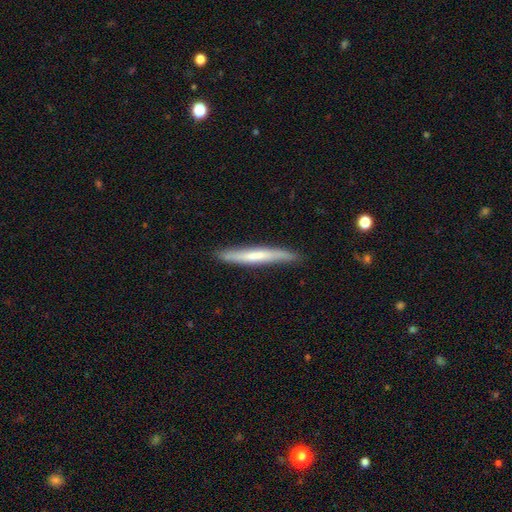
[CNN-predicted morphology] smooth-or-featured: smooth: 50% | featured or disk: 44% | star or artifact: 6%
  merging: none: 84% | minor disturbance: 12% | major disturbance: 2% | merger: 1%